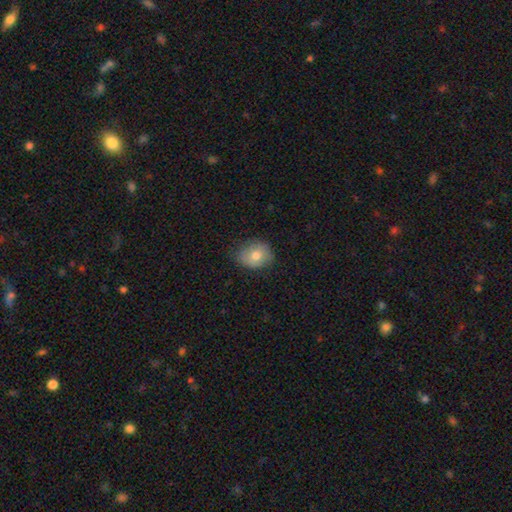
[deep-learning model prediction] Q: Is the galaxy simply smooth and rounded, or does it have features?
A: smooth — 74%.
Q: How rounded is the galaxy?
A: round — 55%.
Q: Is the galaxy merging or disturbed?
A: none — 71%.